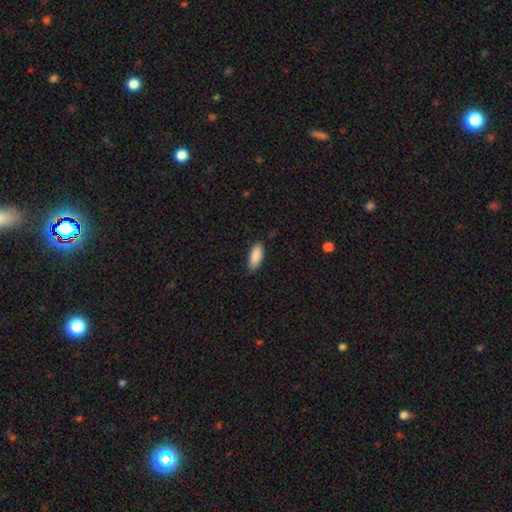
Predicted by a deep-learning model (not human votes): Smooth or featured? smooth (90%)
How rounded? in between (80%)
Merging? none (86%)